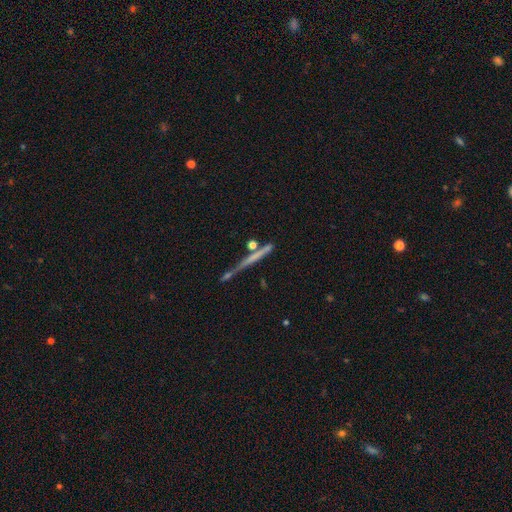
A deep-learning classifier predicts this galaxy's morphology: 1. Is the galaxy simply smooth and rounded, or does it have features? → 46% featured or disk, 42% smooth, 11% star or artifact.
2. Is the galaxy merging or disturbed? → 62% none, 17% merger, 14% minor disturbance, 7% major disturbance.